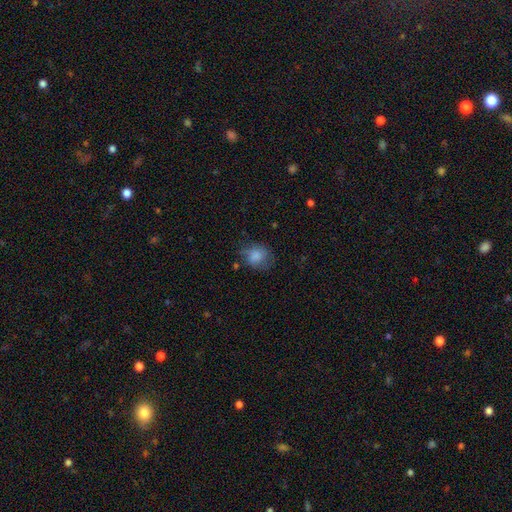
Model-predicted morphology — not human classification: A smooth galaxy with no disk features (79%) that is round (64%). Merging: none (55%).